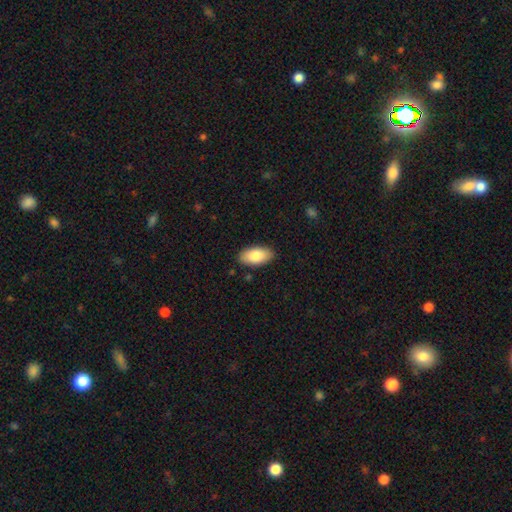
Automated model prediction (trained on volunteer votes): This is clearly a smooth galaxy (82%). How rounded: clearly in between (93%). Merging: clearly none (88%).